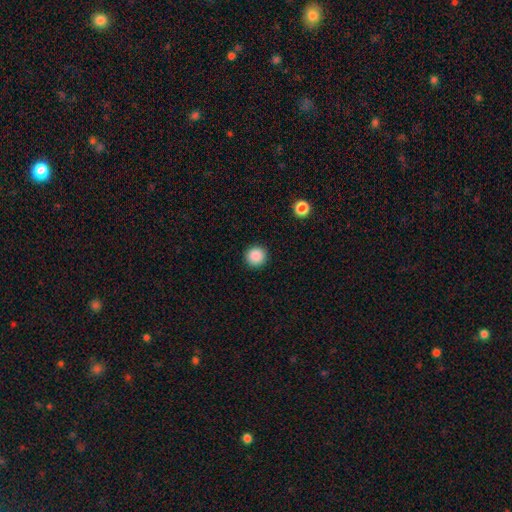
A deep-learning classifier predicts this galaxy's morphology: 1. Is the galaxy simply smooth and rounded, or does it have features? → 88% smooth, 9% star or artifact, 3% featured or disk.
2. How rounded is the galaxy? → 94% round, 5% in between, 1% cigar-shaped.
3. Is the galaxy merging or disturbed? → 92% none, 5% minor disturbance, 2% major disturbance, 1% merger.